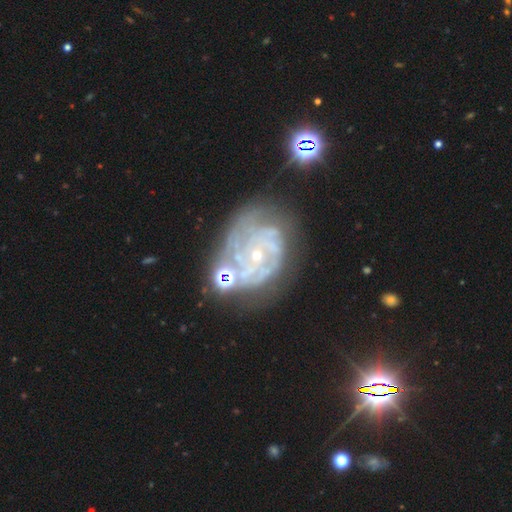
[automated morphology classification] This is clearly a featured or disk galaxy (85%). It is clearly not viewed edge-on (98%). Bar: likely no (76%). Spiral arm pattern: clearly yes (94%). Spiral arm count: marginally can't tell (32%). Spiral winding: likely tight (65%). Central bulge: clearly small (81%). Merging: possibly none (51%).